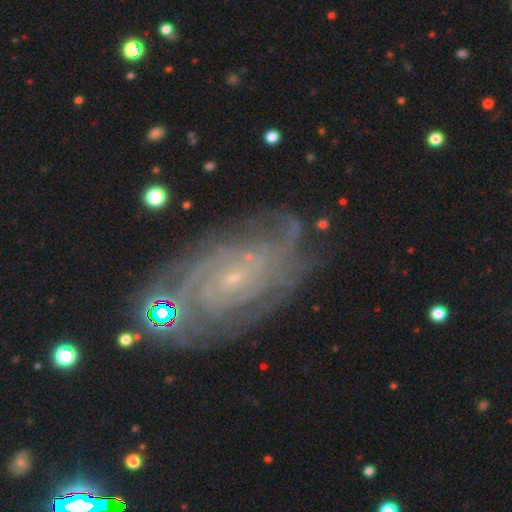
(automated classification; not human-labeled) Morphology: type=featured or disk (88%); edge-on=no (96%); bar=no (65%); spiral arms=yes (97%); winding=tight (71%); arm count=can't tell (28%); bulge=small (85%); merging=none (70%).